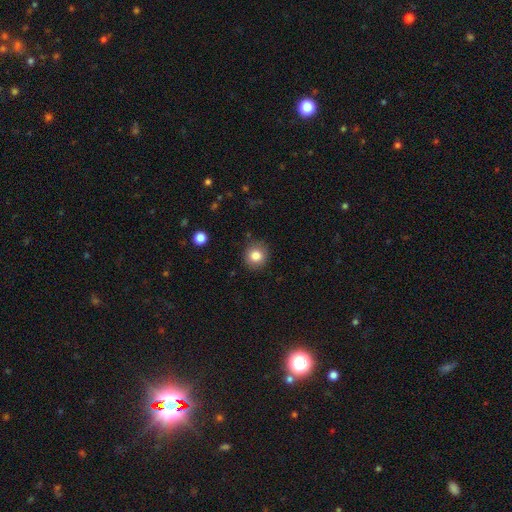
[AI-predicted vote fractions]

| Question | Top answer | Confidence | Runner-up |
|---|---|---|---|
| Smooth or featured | smooth | 83% | star or artifact (10%) |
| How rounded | round | 90% | in between (9%) |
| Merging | none | 88% | minor disturbance (9%) |